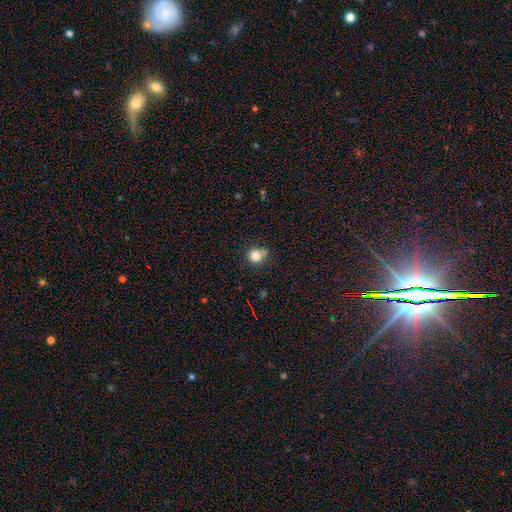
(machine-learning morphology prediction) A smooth galaxy with no disk features (82%) that is round (83%).

Vote fractions:
- Smooth or featured? smooth: 82% / star or artifact: 12% / featured or disk: 6%
- How rounded? round: 83% / in between: 16% / cigar-shaped: 1%
- Merging? none: 57% / minor disturbance: 23% / merger: 13% / major disturbance: 7%